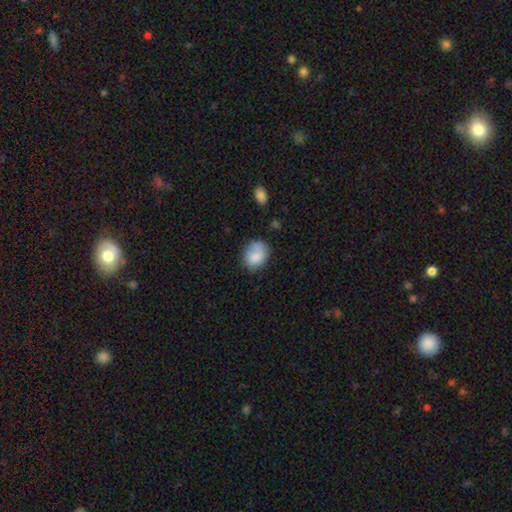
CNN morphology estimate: The model was most divided on "how rounded": round: 59%, in between: 40%, cigar-shaped: 1%. More confident: smooth or featured — smooth (81%); merging — none (60%).